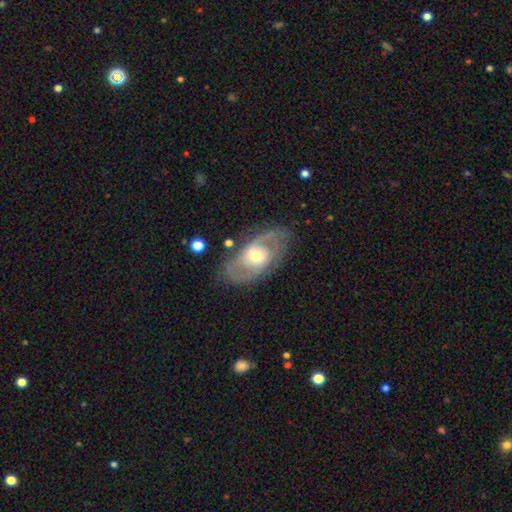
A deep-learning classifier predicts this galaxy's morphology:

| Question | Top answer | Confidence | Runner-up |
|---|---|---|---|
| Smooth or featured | featured or disk | 77% | smooth (17%) |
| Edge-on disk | no | 92% | yes (8%) |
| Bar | no | 62% | weak (30%) |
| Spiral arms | yes | 77% | no (23%) |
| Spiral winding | medium | 45% | tight (37%) |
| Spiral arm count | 2 | 73% | can't tell (16%) |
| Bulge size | moderate | 65% | small (25%) |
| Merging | none | 75% | minor disturbance (16%) |